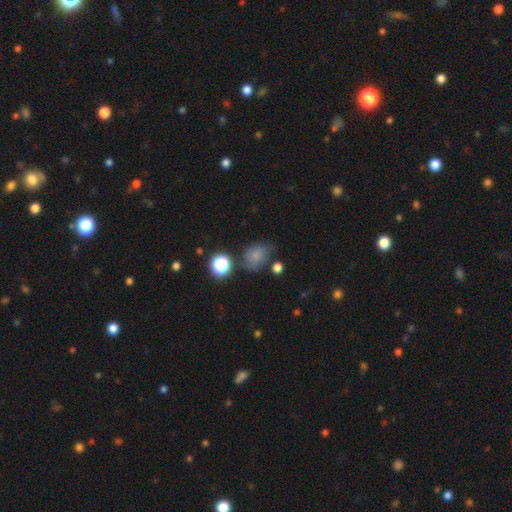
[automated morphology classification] This is likely a smooth galaxy (76%). How rounded: possibly in between (54%). Merging: possibly none (57%).